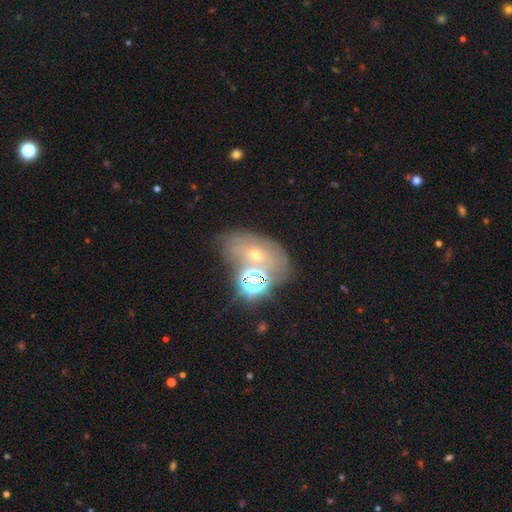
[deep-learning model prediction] A featured or disk galaxy (39%). Merging: none (53%).